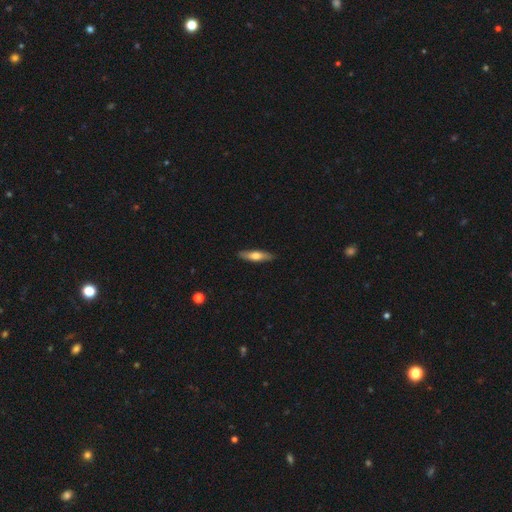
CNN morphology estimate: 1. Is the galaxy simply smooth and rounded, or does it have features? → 61% smooth, 33% featured or disk, 6% star or artifact.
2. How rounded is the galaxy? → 71% cigar-shaped, 27% in between, 2% round.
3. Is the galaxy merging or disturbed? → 89% none, 8% minor disturbance, 2% major disturbance, 1% merger.